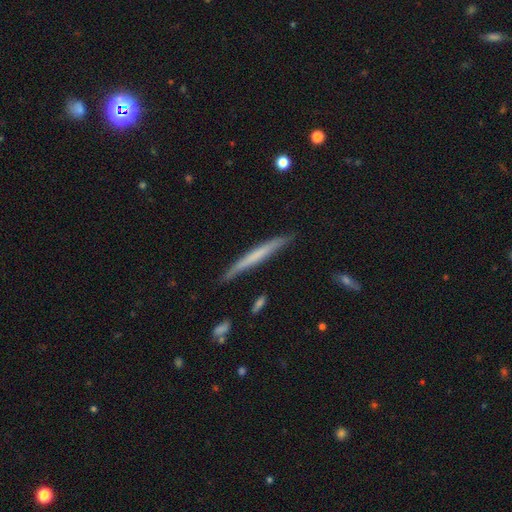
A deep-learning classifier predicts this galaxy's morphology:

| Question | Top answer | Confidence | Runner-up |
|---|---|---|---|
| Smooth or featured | smooth | 50% | featured or disk (44%) |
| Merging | none | 86% | minor disturbance (11%) |